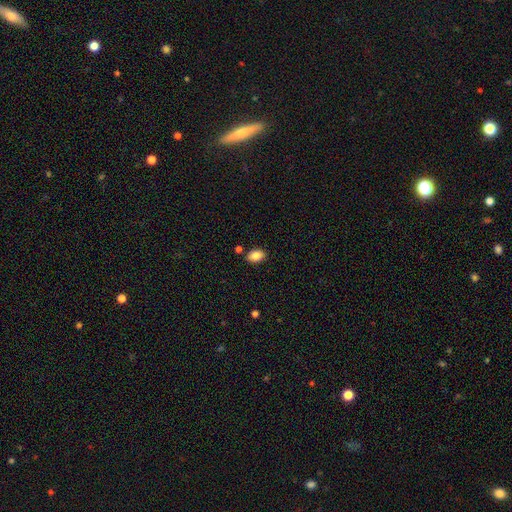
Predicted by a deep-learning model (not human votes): Morphology: type=smooth (84%); roundness=in between (88%); merging=none (84%).